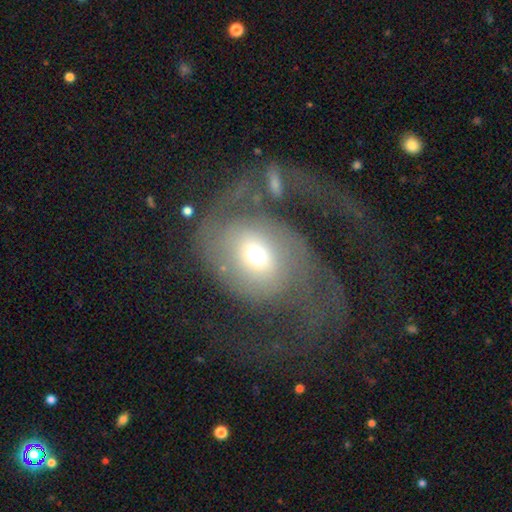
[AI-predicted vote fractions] smooth_or_featured: featured or disk (p=0.48) [alt: smooth p=0.42]
merging: major disturbance (p=0.52) [alt: none p=0.27]